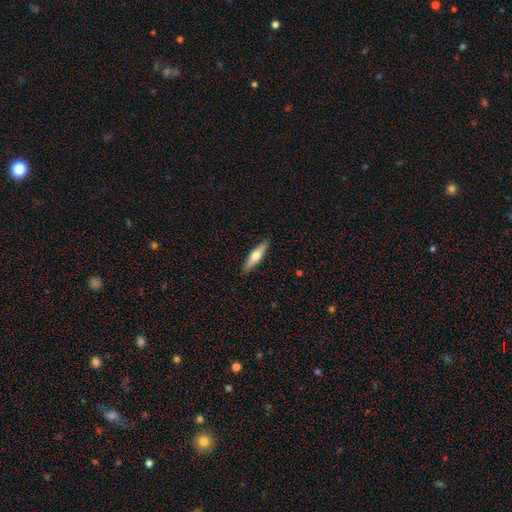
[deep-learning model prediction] smooth-or-featured: smooth: 55% | featured or disk: 39% | star or artifact: 6%
  how-rounded: cigar-shaped: 70% | in between: 28% | round: 2%
  merging: none: 90% | minor disturbance: 8% | major disturbance: 2% | merger: 1%